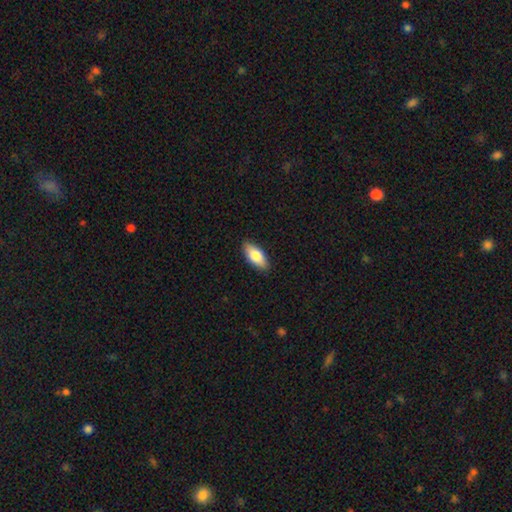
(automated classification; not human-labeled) Overall: smooth (79%). How rounded: in between (86%). Merging: none (88%).